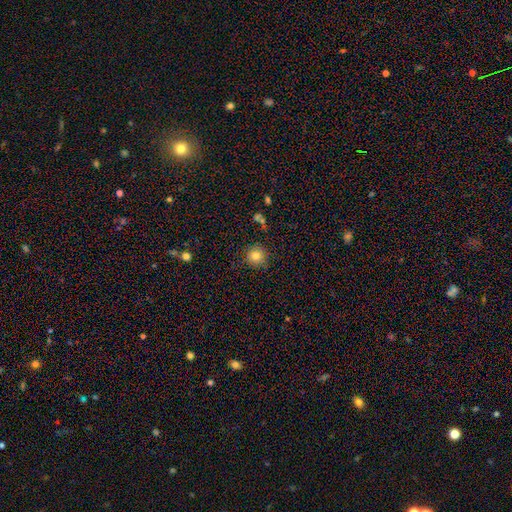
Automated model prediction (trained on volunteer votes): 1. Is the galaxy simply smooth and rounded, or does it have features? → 81% smooth, 12% star or artifact, 7% featured or disk.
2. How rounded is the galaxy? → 94% round, 5% in between, 1% cigar-shaped.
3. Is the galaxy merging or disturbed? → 86% none, 9% minor disturbance, 3% major disturbance, 2% merger.